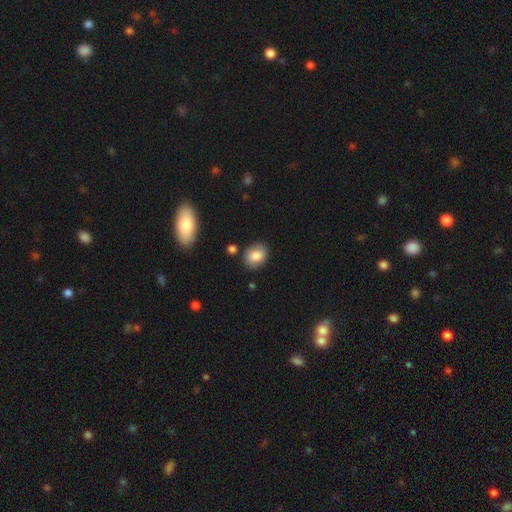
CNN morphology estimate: This is clearly a smooth galaxy (84%). How rounded: possibly in between (60%). Merging: clearly none (81%).